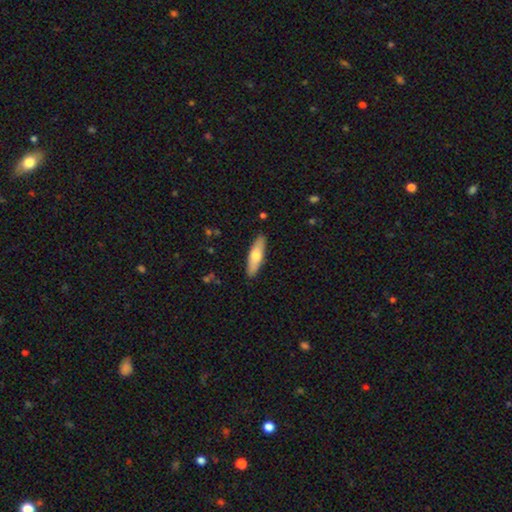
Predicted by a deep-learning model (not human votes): Smooth or featured? smooth (65%)
How rounded? cigar-shaped (56%)
Merging? none (89%)